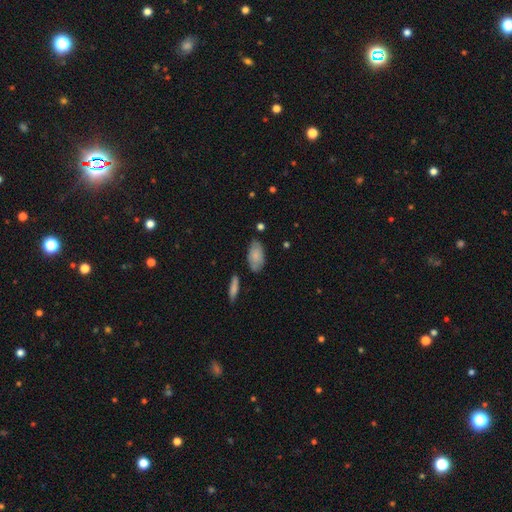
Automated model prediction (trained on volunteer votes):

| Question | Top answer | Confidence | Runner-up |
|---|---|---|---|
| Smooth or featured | smooth | 80% | featured or disk (14%) |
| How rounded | in between | 93% | cigar-shaped (4%) |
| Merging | none | 71% | minor disturbance (20%) |